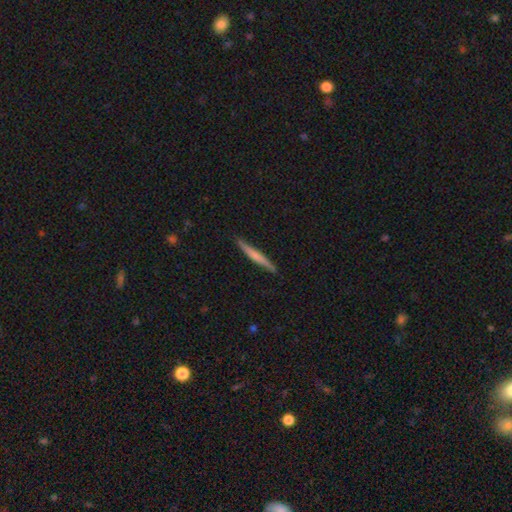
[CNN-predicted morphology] Smooth or featured? Predicted: smooth (p=0.55). How rounded? Predicted: cigar-shaped (p=0.96). Merging? Predicted: none (p=0.88).